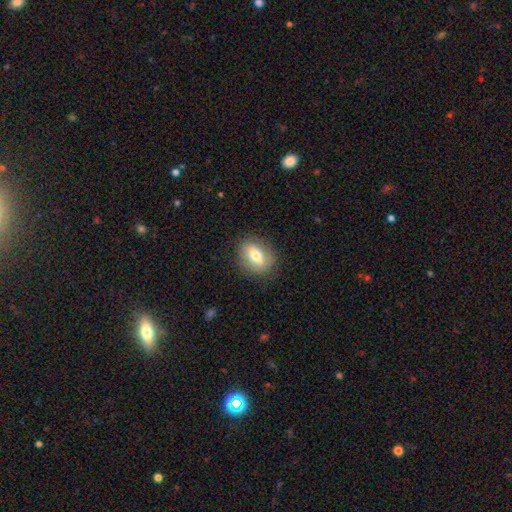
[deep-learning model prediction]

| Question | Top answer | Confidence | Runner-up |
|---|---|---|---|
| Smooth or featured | smooth | 57% | featured or disk (35%) |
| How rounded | in between | 58% | round (38%) |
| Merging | none | 83% | minor disturbance (12%) |